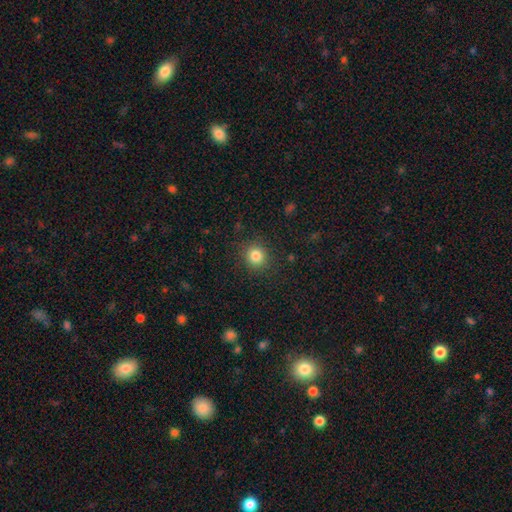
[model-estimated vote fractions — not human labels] Overall: smooth (82%). How rounded: round (88%). Merging: none (88%).